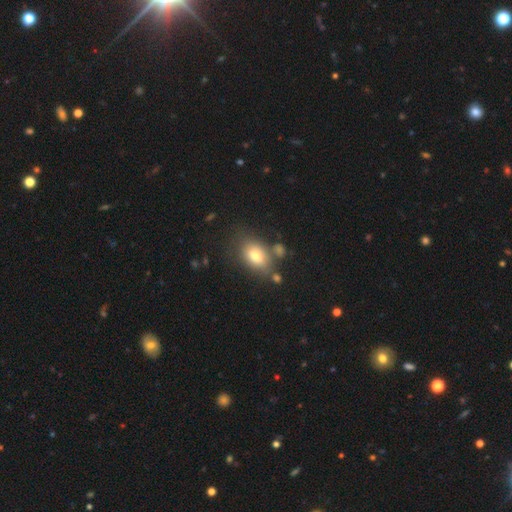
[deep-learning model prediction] This appears to be a smooth galaxy with no disk features (77%) that is in between round and cigar-shaped (85%). Merging: none (64%).